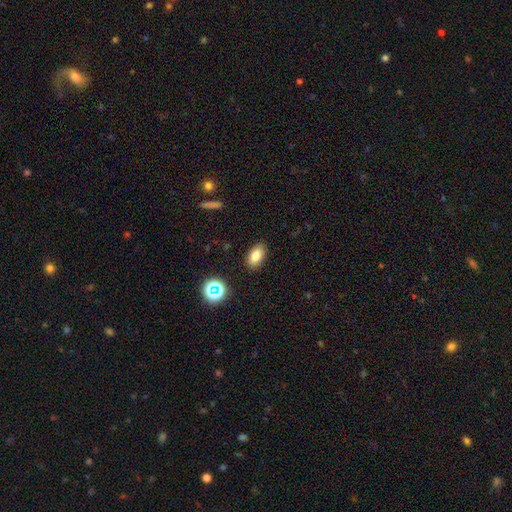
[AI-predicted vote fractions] smooth 80%, star or artifact 11%, featured or disk 8%. Down the decision tree: how rounded — in between (89%); merging — none (87%).